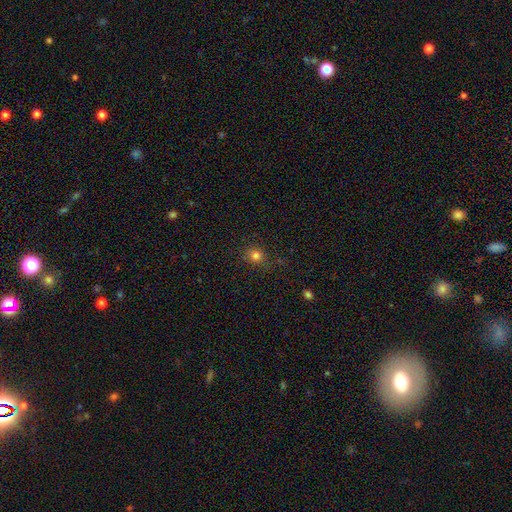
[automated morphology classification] The model was most divided on "how rounded": round: 81%, in between: 18%, cigar-shaped: 1%. More confident: merging — none (83%); smooth or featured — smooth (79%).